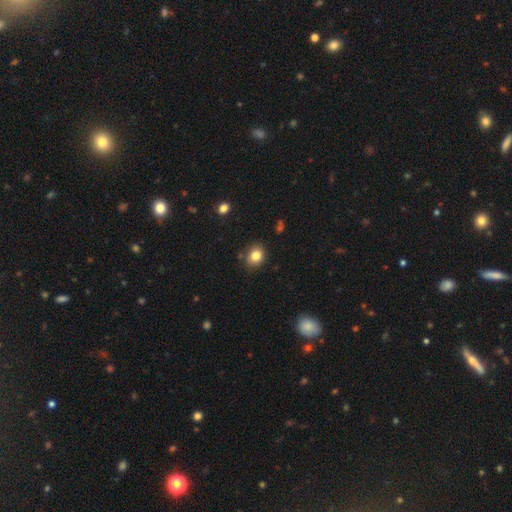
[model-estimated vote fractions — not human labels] A smooth galaxy with no disk features (82%) that is round (60%). Merging: none (82%).